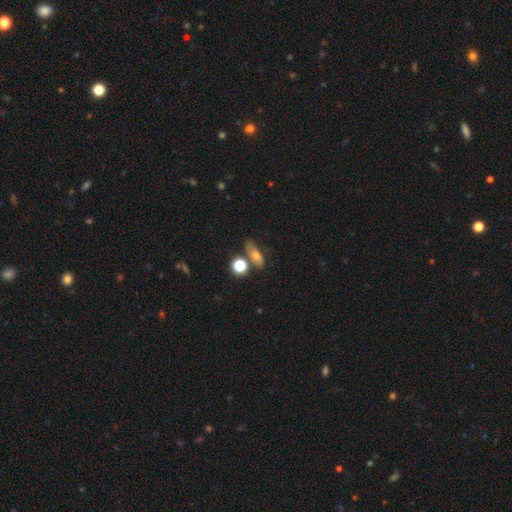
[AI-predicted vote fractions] Q: Smooth or featured?
A: smooth (57%); runner-up: featured or disk (26%)
Q: How rounded?
A: in between (60%); runner-up: cigar-shaped (20%)
Q: Merging?
A: none (57%); runner-up: minor disturbance (20%)